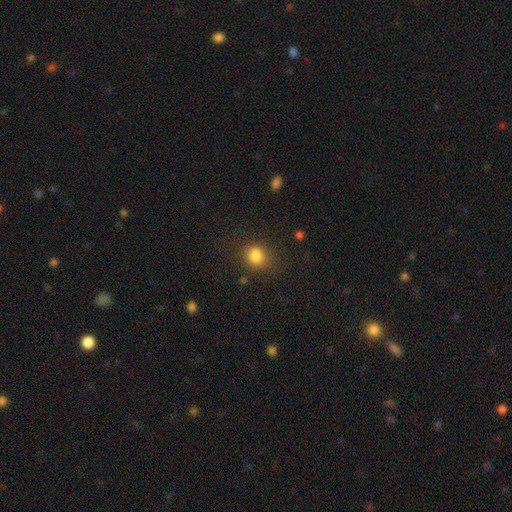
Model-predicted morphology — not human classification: A smooth galaxy with no disk features (82%) that is round (60%). Merging: none (72%).